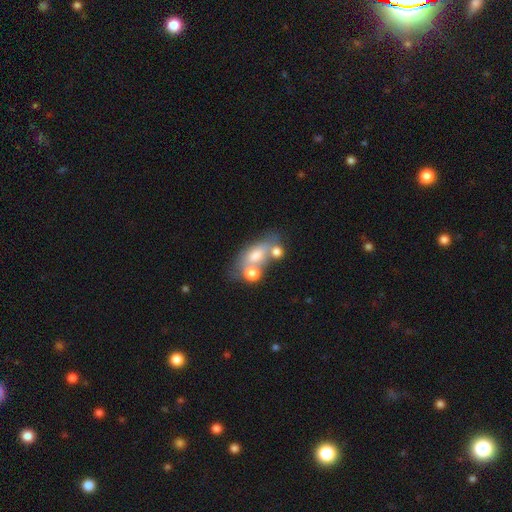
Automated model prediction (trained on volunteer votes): Morphology: type=smooth (58%); roundness=in between (77%); merging=merger (49%).